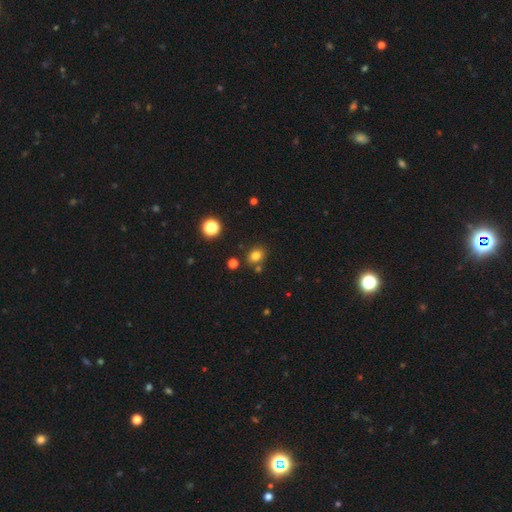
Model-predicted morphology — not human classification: Smooth or featured?
  - smooth: 79% *
  - star or artifact: 15%
  - featured or disk: 7%
How rounded?
  - in between: 52% *
  - round: 47%
  - cigar-shaped: 1%
Merging?
  - none: 77% *
  - minor disturbance: 11%
  - merger: 8%
  - major disturbance: 3%